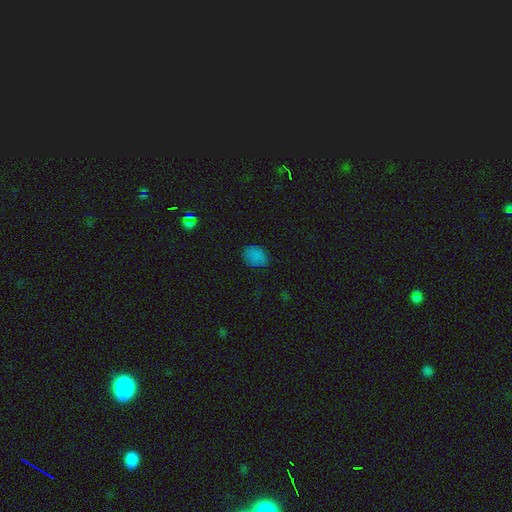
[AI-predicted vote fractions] Overall: smooth (80%). How rounded: in between (65%; round 34%). Merging: none (79%).